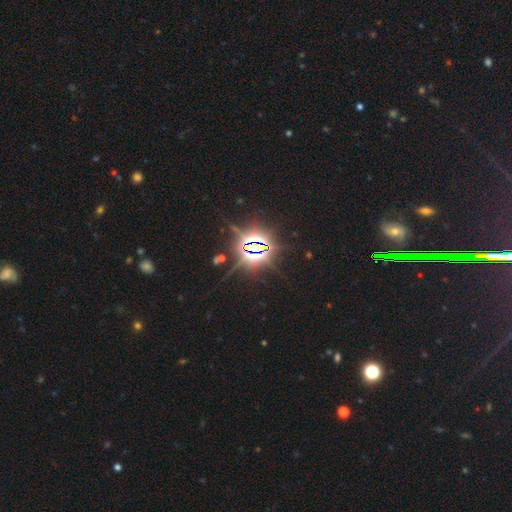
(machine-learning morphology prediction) type=star or artifact (86%).